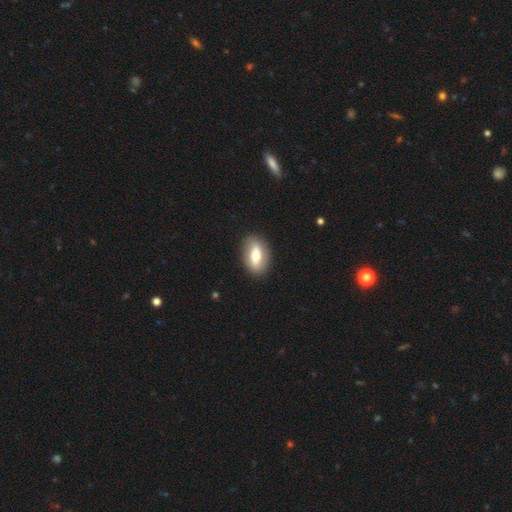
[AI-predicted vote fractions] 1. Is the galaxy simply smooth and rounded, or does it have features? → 52% smooth, 42% featured or disk, 6% star or artifact.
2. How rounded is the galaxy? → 84% in between, 9% round, 7% cigar-shaped.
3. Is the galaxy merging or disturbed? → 86% none, 10% minor disturbance, 3% major disturbance, 1% merger.